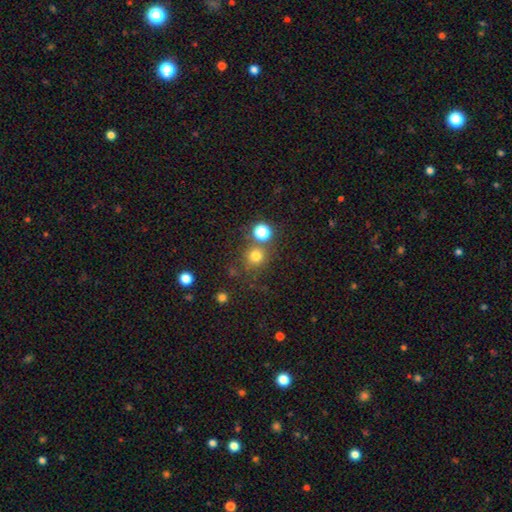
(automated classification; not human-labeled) Smooth or featured?
  - smooth: 74% *
  - star or artifact: 18%
  - featured or disk: 8%
How rounded?
  - round: 92% *
  - in between: 7%
  - cigar-shaped: 1%
Merging?
  - none: 71% *
  - merger: 16%
  - minor disturbance: 9%
  - major disturbance: 4%